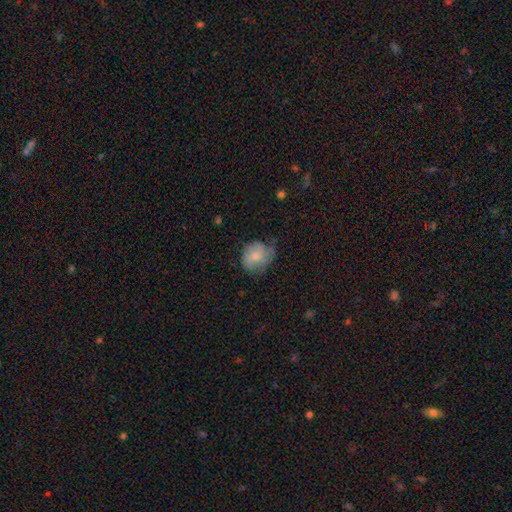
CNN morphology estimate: Smooth or featured: smooth — 66% (featured or disk — 26%)
How rounded: round — 62% (in between — 37%)
Merging: none — 50% (minor disturbance — 35%)